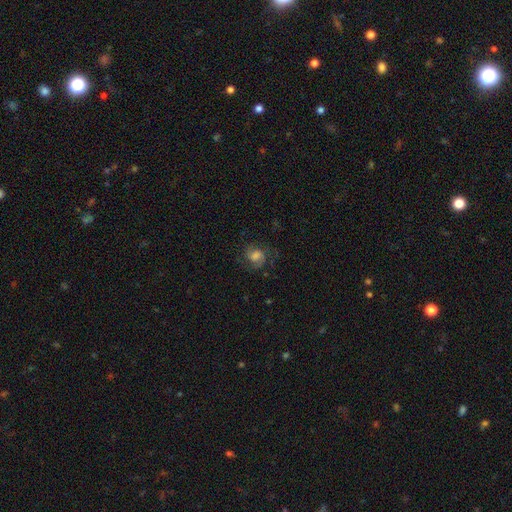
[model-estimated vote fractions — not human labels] Smooth or featured: featured or disk — 61% (smooth — 28%)
Edge-on disk: no — 98% (yes — 2%)
Bar: no — 50% (weak — 41%)
Spiral arms: yes — 92% (no — 8%)
Spiral winding: medium — 50% (tight — 29%)
Spiral arm count: 2 — 79% (can't tell — 9%)
Bulge size: moderate — 35% (large — 29%)
Merging: none — 69% (minor disturbance — 17%)